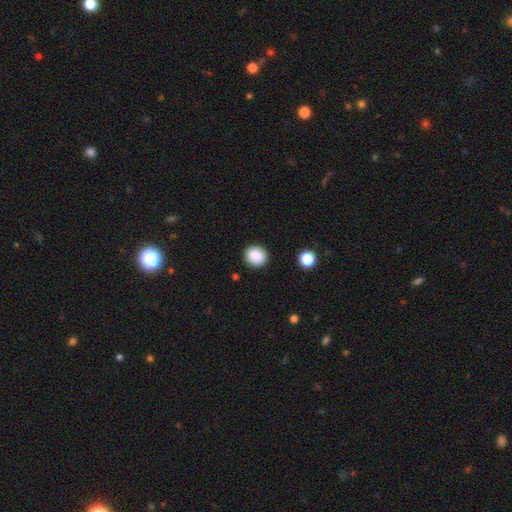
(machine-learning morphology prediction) Smooth or featured?
  - smooth: 88% *
  - star or artifact: 9%
  - featured or disk: 3%
How rounded?
  - round: 83% *
  - in between: 16%
  - cigar-shaped: 1%
Merging?
  - none: 90% *
  - minor disturbance: 7%
  - major disturbance: 2%
  - merger: 2%